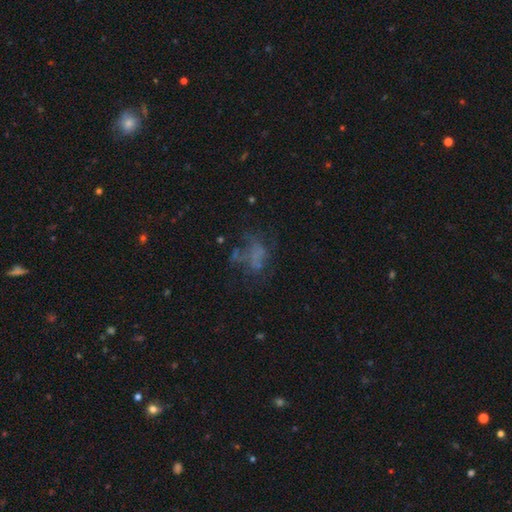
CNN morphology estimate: Overall: featured or disk (45%; smooth 29%). Merging: none (42%; major disturbance 35%).